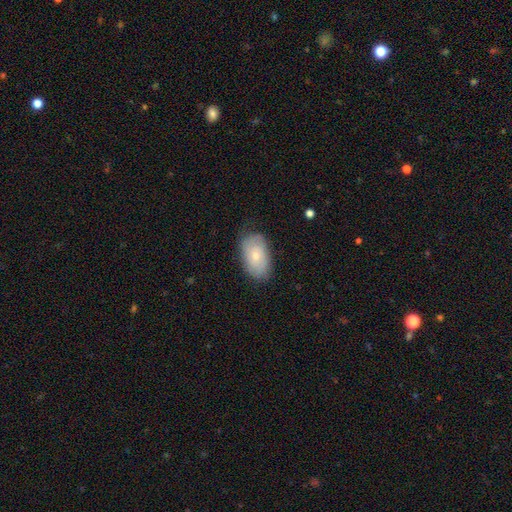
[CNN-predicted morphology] Smooth or featured?
  - smooth: 67% *
  - featured or disk: 26%
  - star or artifact: 7%
How rounded?
  - in between: 92% *
  - round: 6%
  - cigar-shaped: 1%
Merging?
  - none: 75% *
  - minor disturbance: 20%
  - major disturbance: 4%
  - merger: 1%